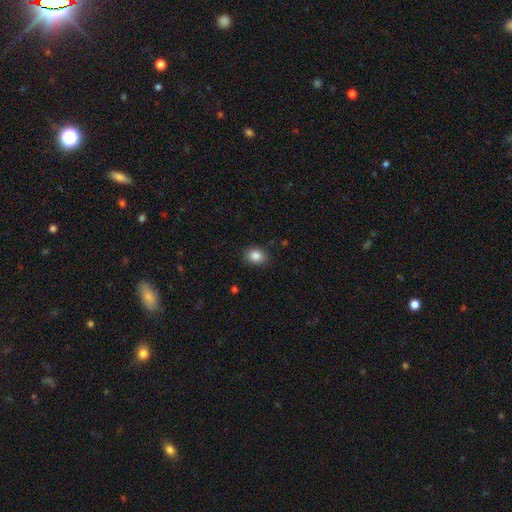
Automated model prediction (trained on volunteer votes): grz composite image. It shows a smooth galaxy with no disk features (86%) that is in between round and cigar-shaped (55%). Merging: none (86%).